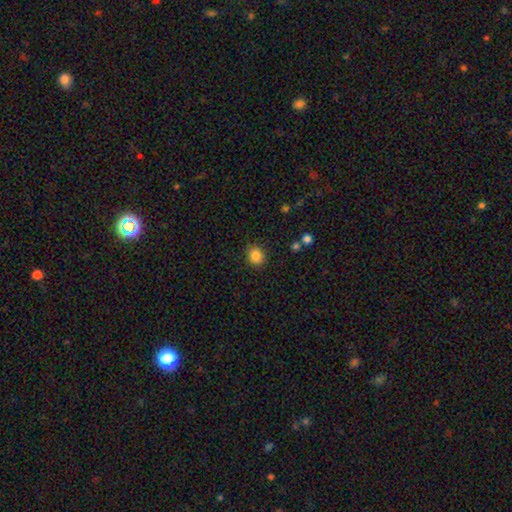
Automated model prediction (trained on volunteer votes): Overall: smooth (86%). How rounded: round (69%; in between 30%). Merging: none (88%).